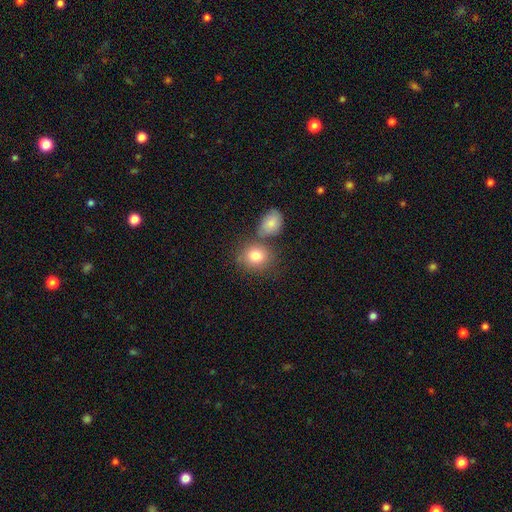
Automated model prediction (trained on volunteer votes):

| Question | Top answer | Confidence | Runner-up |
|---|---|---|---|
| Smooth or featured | smooth | 81% | featured or disk (10%) |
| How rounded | round | 67% | in between (32%) |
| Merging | none | 58% | merger (25%) |